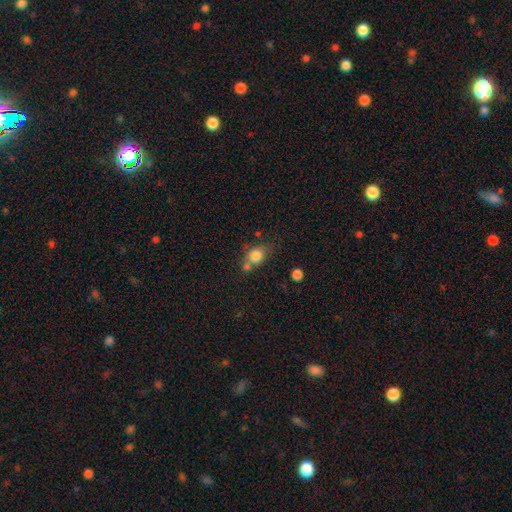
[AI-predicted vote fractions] This appears to be a smooth galaxy with no disk features (80%) that is round (59%). Merging: none (43%).